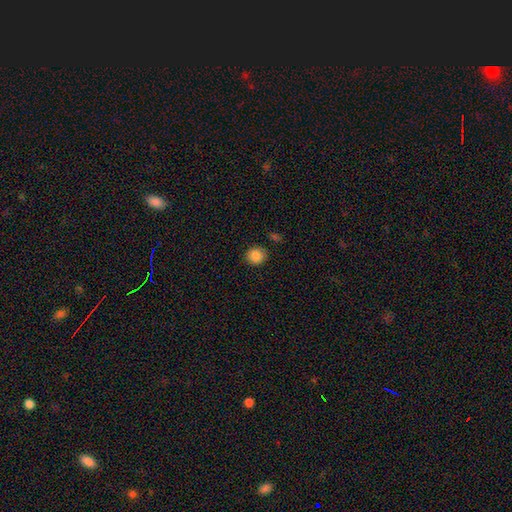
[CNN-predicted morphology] A smooth galaxy with no disk features (85%) that is round (83%). Merging: none (87%).